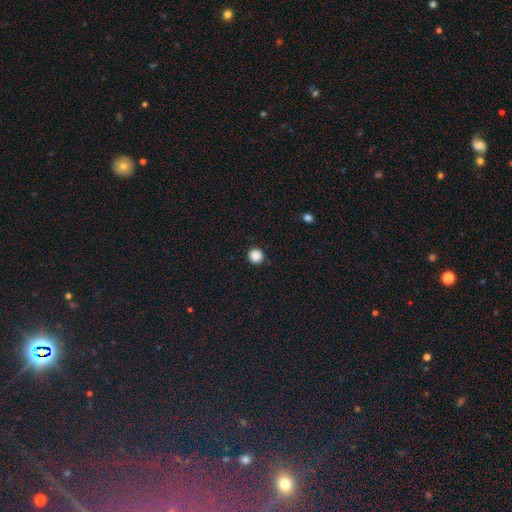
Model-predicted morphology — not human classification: smooth-or-featured: smooth: 88% | star or artifact: 10% | featured or disk: 2%
  how-rounded: round: 95% | in between: 4% | cigar-shaped: 1%
  merging: none: 91% | minor disturbance: 6% | major disturbance: 2% | merger: 1%